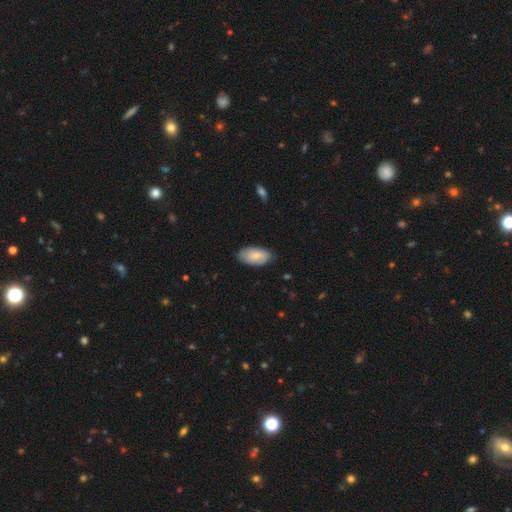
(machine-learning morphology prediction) Overall: smooth (79%). How rounded: in between (95%). Merging: none (77%).